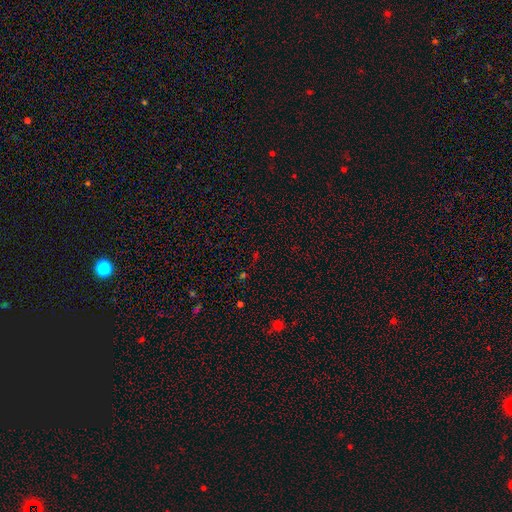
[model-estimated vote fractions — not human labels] This is likely a star or artifact rather than a galaxy (65%).